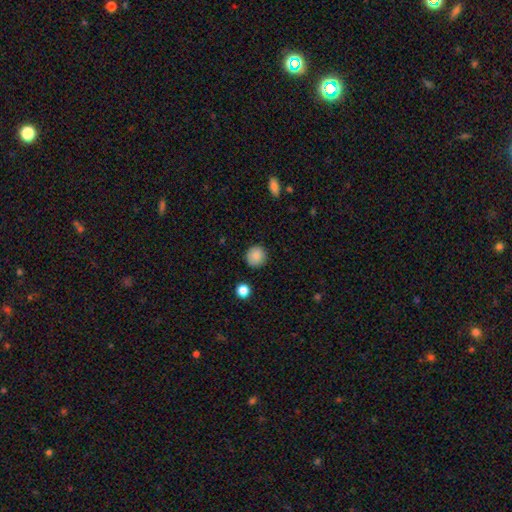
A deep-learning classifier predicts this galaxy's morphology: Smooth or featured? smooth (87%)
How rounded? round (94%)
Merging? none (90%)